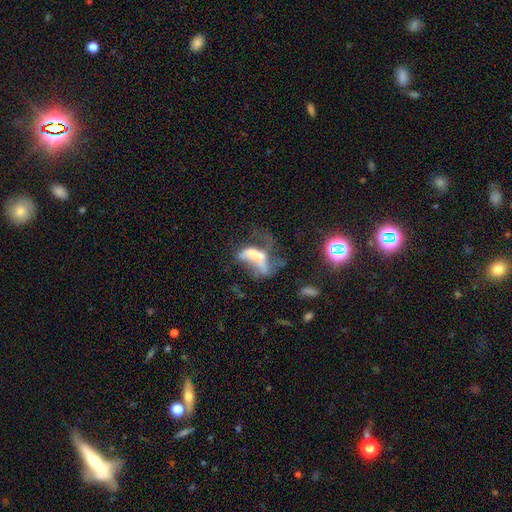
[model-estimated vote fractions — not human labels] This appears to be a featured or disk galaxy (53%). Merging: merger (38%, tied with major disturbance).